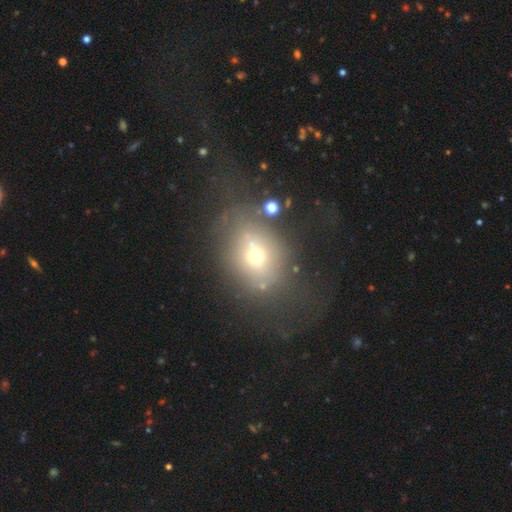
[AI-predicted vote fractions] The model was most divided on "how rounded": round: 53%, in between: 45%, cigar-shaped: 1%. Remaining: smooth or featured — smooth (55%); merging — none (45%).